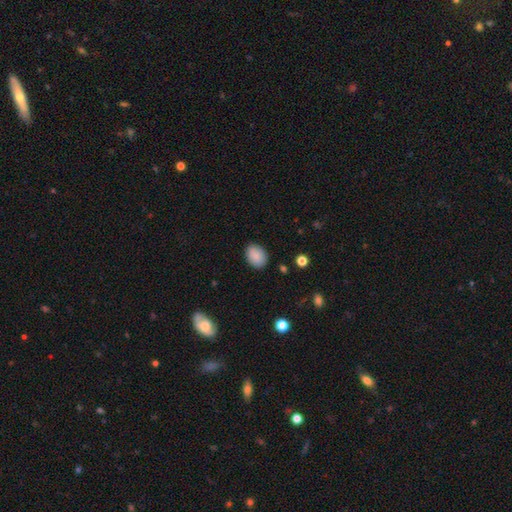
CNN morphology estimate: Smooth or featured: smooth — 88% (star or artifact — 8%)
How rounded: in between — 70% (round — 28%)
Merging: none — 84% (minor disturbance — 12%)